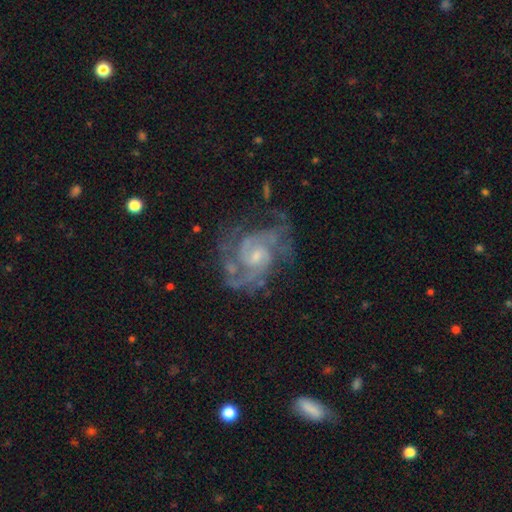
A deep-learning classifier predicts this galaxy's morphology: This is clearly a featured or disk galaxy (89%). It is clearly not viewed edge-on (98%). Bar: possibly no (53%). Spiral arm pattern: clearly yes (97%). Spiral arm count: possibly 2 (59%). Spiral winding: possibly medium (47%). Central bulge: possibly small (59%). Merging: likely none (65%).